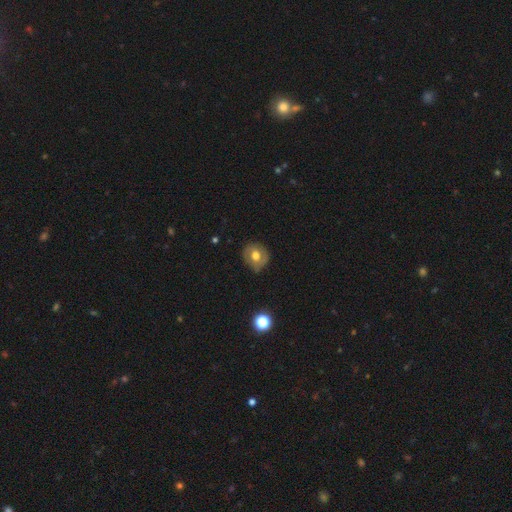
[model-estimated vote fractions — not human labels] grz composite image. It shows a smooth galaxy with no disk features (53%) that is round (80%). Merging: none (79%).